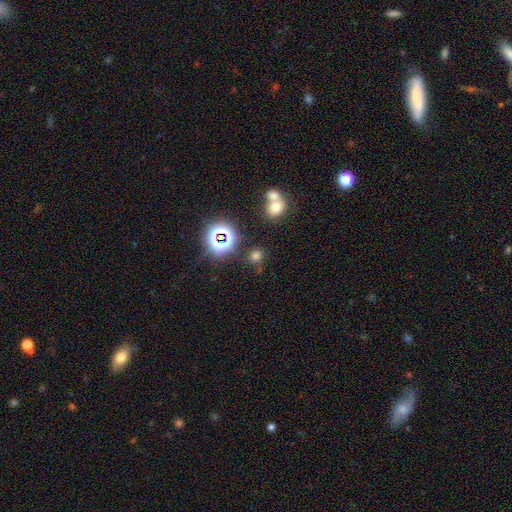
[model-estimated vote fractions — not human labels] Overall: smooth (61%; star or artifact 32%). How rounded: round (79%). Merging: none (70%).